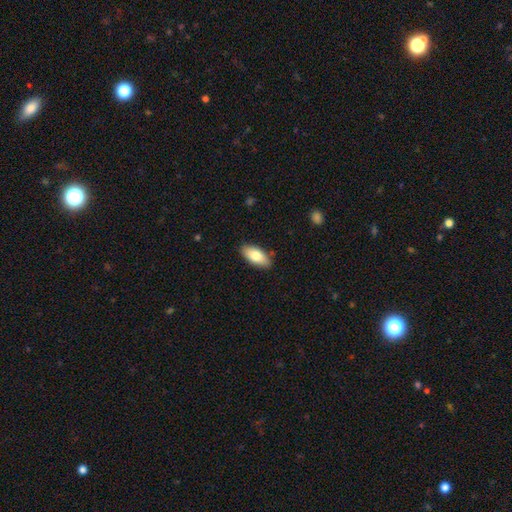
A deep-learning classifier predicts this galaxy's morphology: This appears to be a smooth galaxy with no disk features (78%) that is in between round and cigar-shaped (88%). Merging: none (87%).